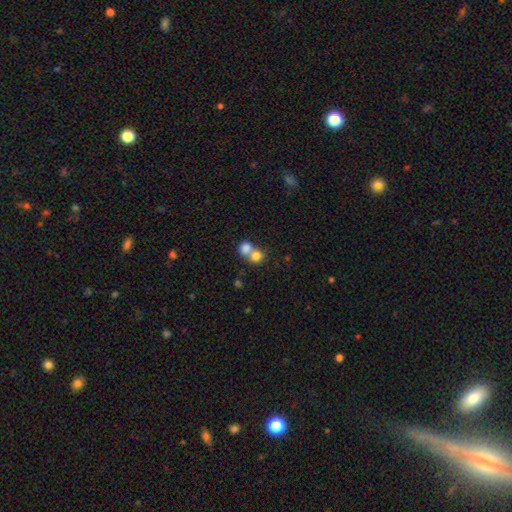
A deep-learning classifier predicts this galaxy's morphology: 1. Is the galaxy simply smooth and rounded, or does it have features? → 78% smooth, 12% featured or disk, 10% star or artifact.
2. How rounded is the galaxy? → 75% round, 24% in between, 1% cigar-shaped.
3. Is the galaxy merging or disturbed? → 62% merger, 31% none, 5% minor disturbance, 3% major disturbance.